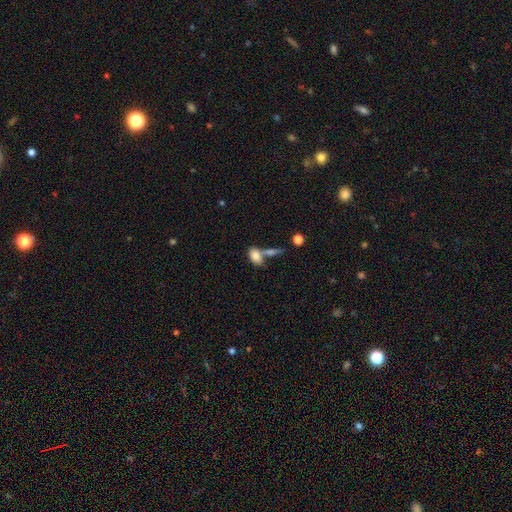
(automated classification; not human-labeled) Morphology: type=smooth (80%); roundness=in between (88%); merging=none (43%).